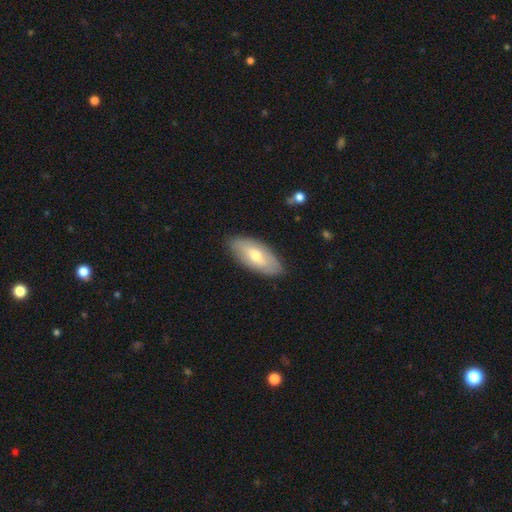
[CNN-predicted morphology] Smooth or featured: smooth — 58% (featured or disk — 36%)
How rounded: in between — 88% (cigar-shaped — 10%)
Merging: none — 85% (minor disturbance — 11%)